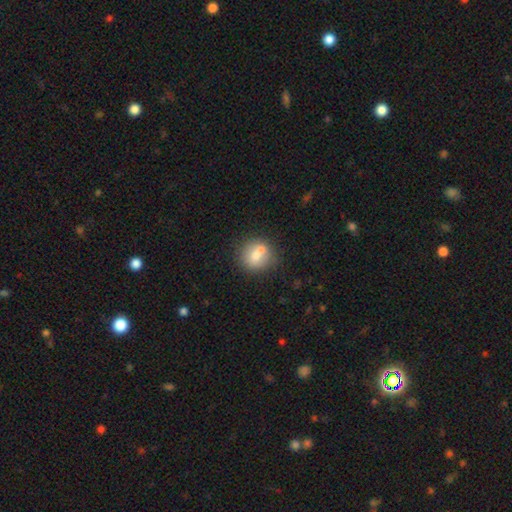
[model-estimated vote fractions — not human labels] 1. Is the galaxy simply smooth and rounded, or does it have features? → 68% smooth, 22% featured or disk, 9% star or artifact.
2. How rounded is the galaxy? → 82% round, 16% in between, 1% cigar-shaped.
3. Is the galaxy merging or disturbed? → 55% none, 29% merger, 12% minor disturbance, 4% major disturbance.